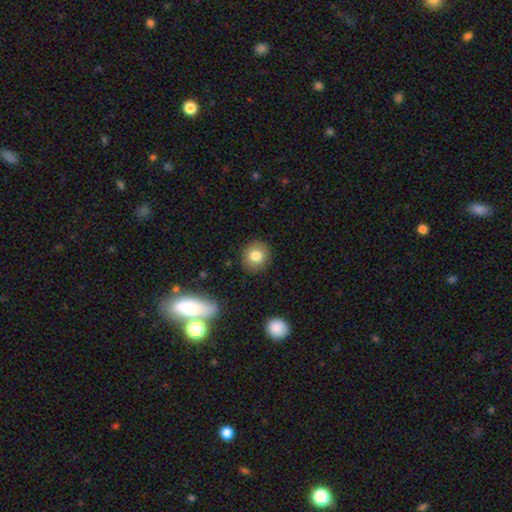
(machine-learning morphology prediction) This appears to be a smooth galaxy with no disk features (80%) that is round (84%). Merging: none (88%).